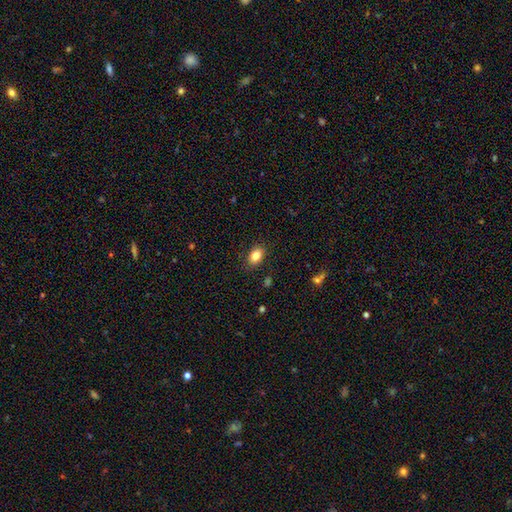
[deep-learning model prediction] Q: Smooth or featured?
A: smooth (83%); runner-up: star or artifact (9%)
Q: How rounded?
A: in between (82%); runner-up: round (17%)
Q: Merging?
A: none (87%); runner-up: minor disturbance (10%)